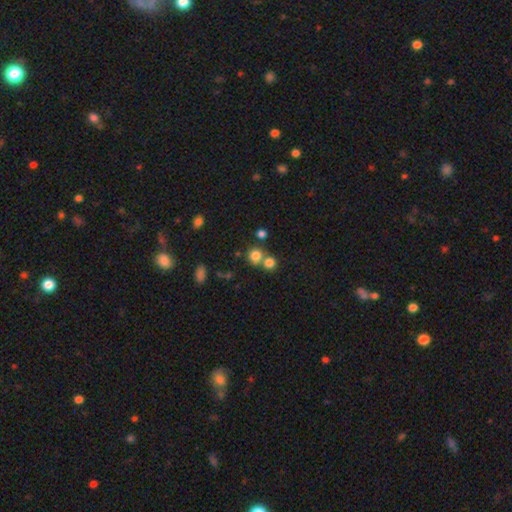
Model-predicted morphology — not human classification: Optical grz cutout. It shows a smooth galaxy with no disk features (78%) that is round (87%). Merging: none (55%).